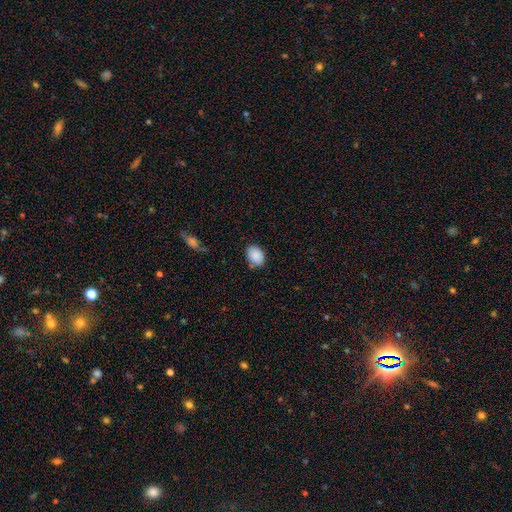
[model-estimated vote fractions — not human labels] This is clearly a smooth galaxy (89%). How rounded: likely in between (79%). Merging: likely none (77%).